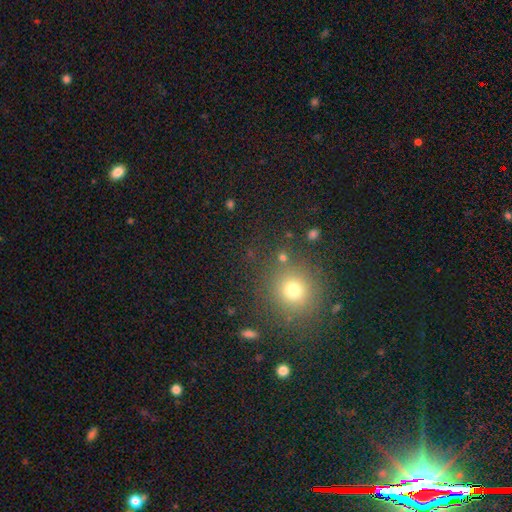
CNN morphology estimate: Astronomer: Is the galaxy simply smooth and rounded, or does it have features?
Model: smooth — 61%.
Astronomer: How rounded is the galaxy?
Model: round — 89%.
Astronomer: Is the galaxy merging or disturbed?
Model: none — 86%.